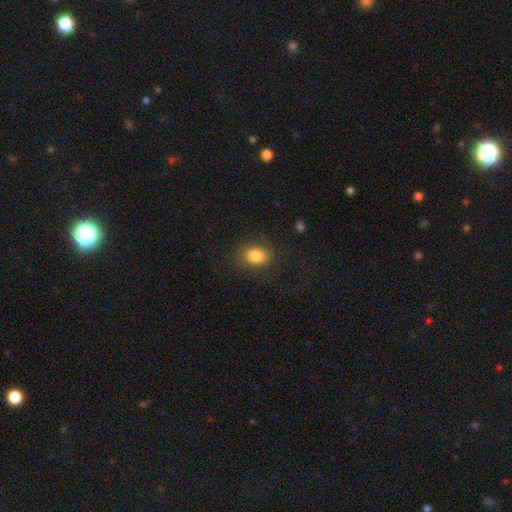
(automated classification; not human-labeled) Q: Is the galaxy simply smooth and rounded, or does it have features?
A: smooth — 84%.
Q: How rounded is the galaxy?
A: in between — 54%.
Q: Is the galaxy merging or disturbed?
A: none — 82%.